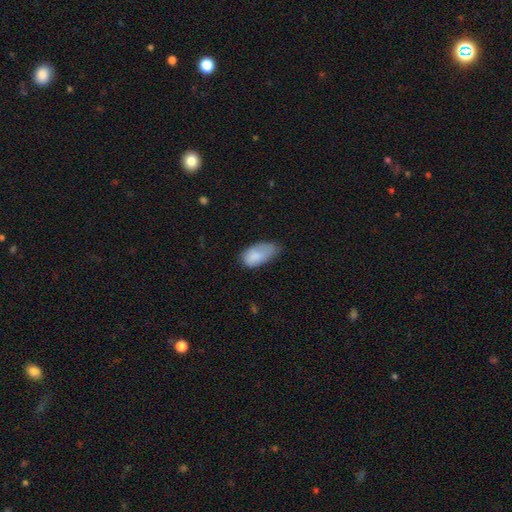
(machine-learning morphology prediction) Smooth or featured? Predicted: smooth (p=0.82). How rounded? Predicted: in between (p=0.93). Merging? Predicted: minor disturbance (p=0.46).